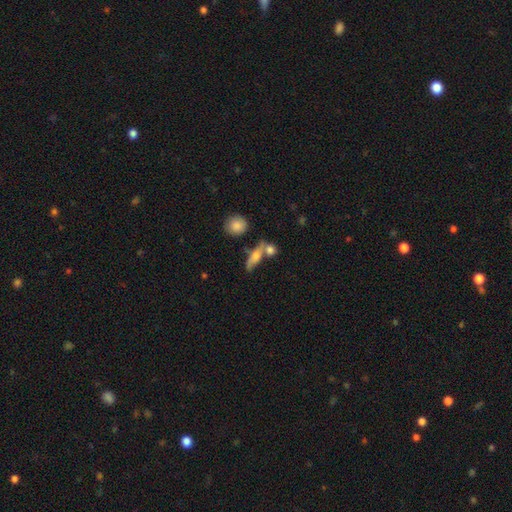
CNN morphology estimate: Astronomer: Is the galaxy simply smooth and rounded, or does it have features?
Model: smooth — 60%.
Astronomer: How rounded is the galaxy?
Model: in between — 46% (runner-up: cigar-shaped, 41%).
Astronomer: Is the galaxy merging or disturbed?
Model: none — 47% (runner-up: merger, 28%).